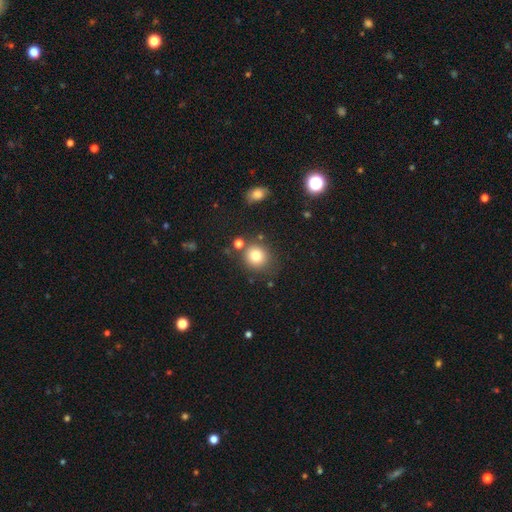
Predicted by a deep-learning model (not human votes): The model was most divided on "merging": none: 77%, minor disturbance: 11%, merger: 8%, major disturbance: 4%. More confident: how rounded — round (86%); smooth or featured — smooth (80%).